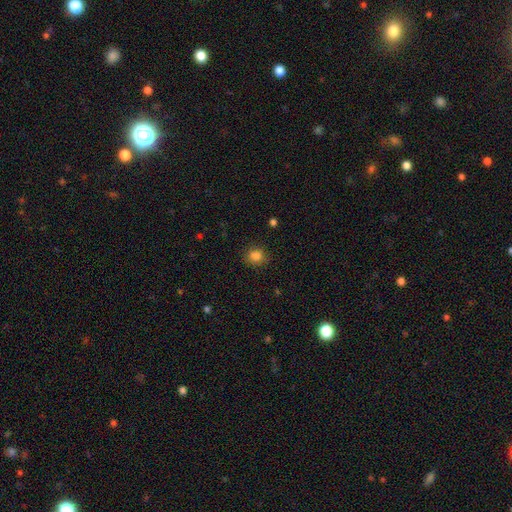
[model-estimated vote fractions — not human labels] Smooth or featured?
  - smooth: 83% *
  - star or artifact: 13%
  - featured or disk: 4%
How rounded?
  - round: 71% *
  - in between: 28%
  - cigar-shaped: 1%
Merging?
  - none: 82% *
  - minor disturbance: 13%
  - major disturbance: 3%
  - merger: 2%